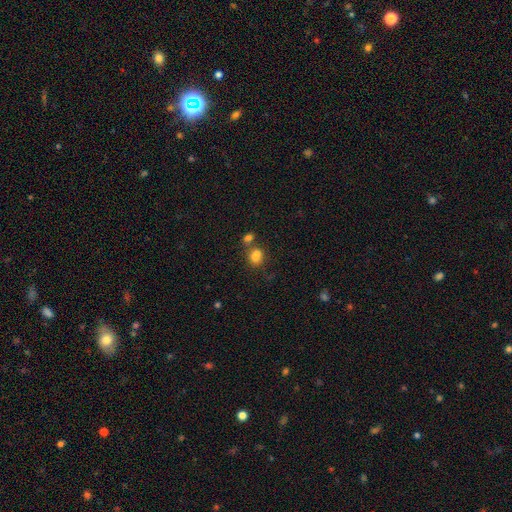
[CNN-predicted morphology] Smooth or featured: smooth — 78% (star or artifact — 13%)
How rounded: round — 51% (in between — 48%)
Merging: none — 45% (merger — 39%)